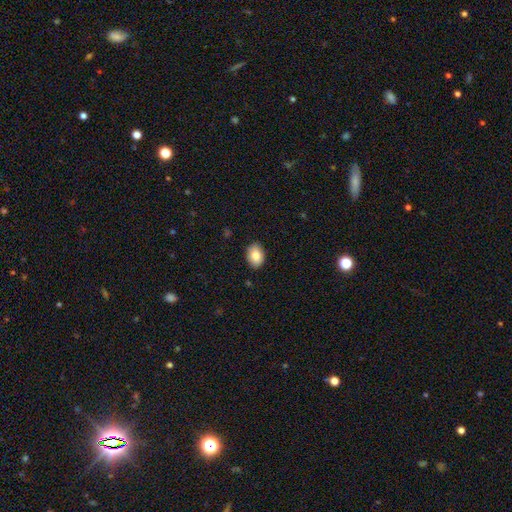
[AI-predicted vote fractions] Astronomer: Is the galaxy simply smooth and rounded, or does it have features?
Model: smooth — 84%.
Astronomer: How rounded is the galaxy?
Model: in between — 79%.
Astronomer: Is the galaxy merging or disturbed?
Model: none — 88%.